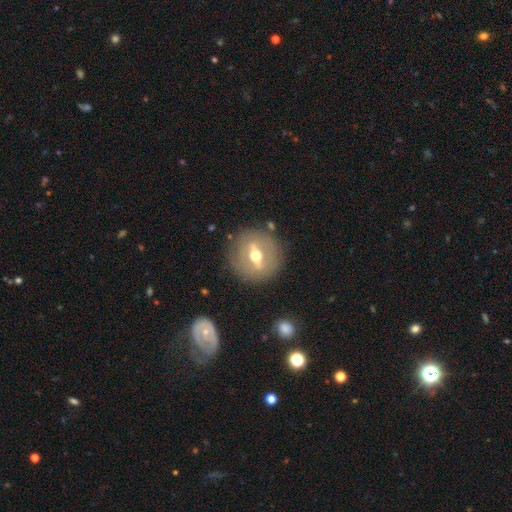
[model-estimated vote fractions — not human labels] Smooth or featured: featured or disk — 71% (smooth — 22%)
Edge-on disk: no — 66% (yes — 34%)
Merging: none — 84% (minor disturbance — 10%)